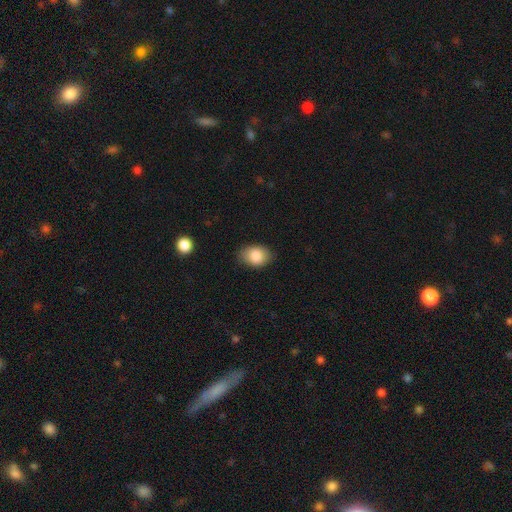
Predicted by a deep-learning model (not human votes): The model was most divided on "how rounded": in between: 78%, round: 21%, cigar-shaped: 1%. More confident: smooth or featured — smooth (85%); merging — none (80%).